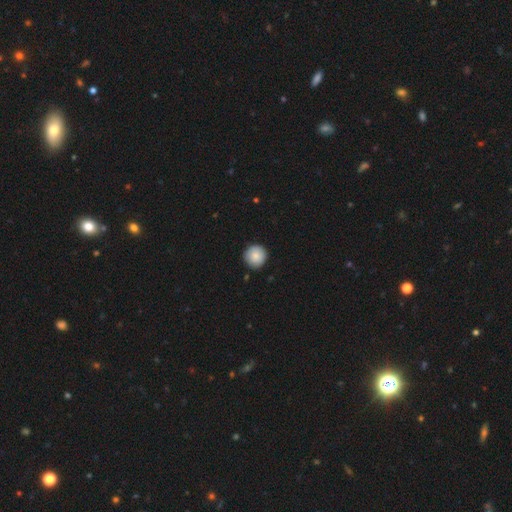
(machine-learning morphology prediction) This is clearly a smooth galaxy (86%). How rounded: clearly round (96%). Merging: clearly none (90%).